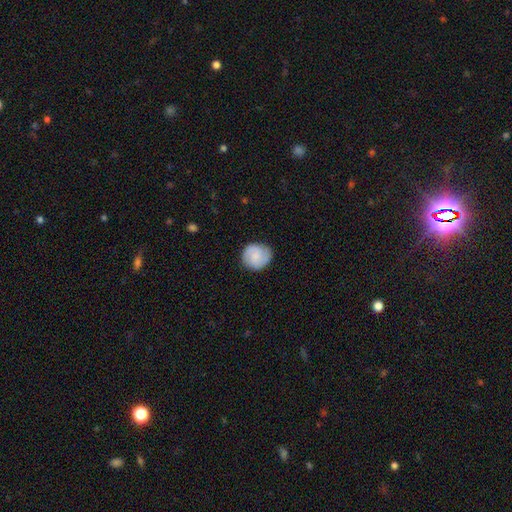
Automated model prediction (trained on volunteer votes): This is likely a smooth galaxy (66%). How rounded: clearly round (88%). Merging: clearly none (83%).